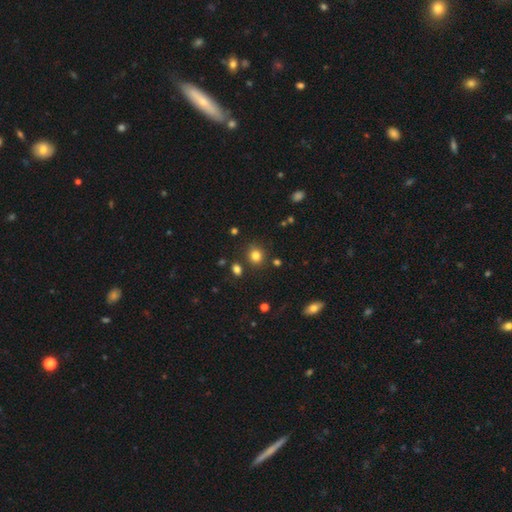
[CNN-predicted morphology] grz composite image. It shows a smooth galaxy with no disk features (80%) that is round (80%). Merging: none (83%).